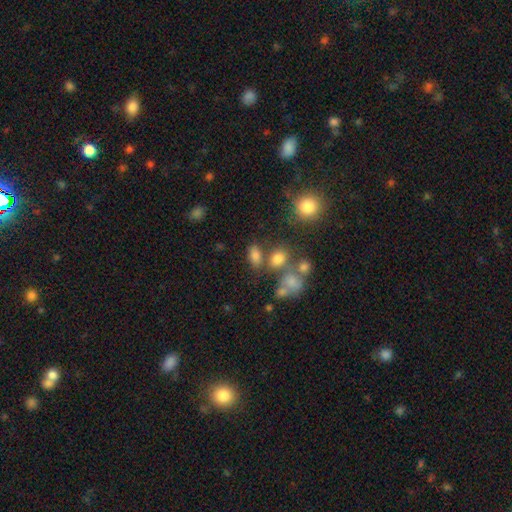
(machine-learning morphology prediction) Smooth or featured? Predicted: smooth (p=0.77). How rounded? Predicted: in between (p=0.82). Merging? Predicted: none (p=0.60).